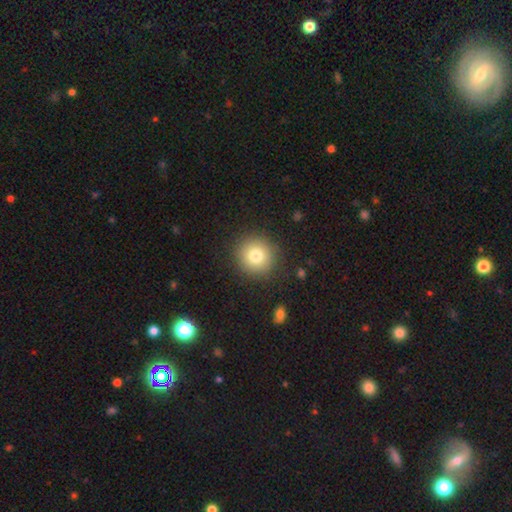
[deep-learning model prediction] This appears to be a smooth galaxy with no disk features (79%) that is round (93%). Merging: none (89%).